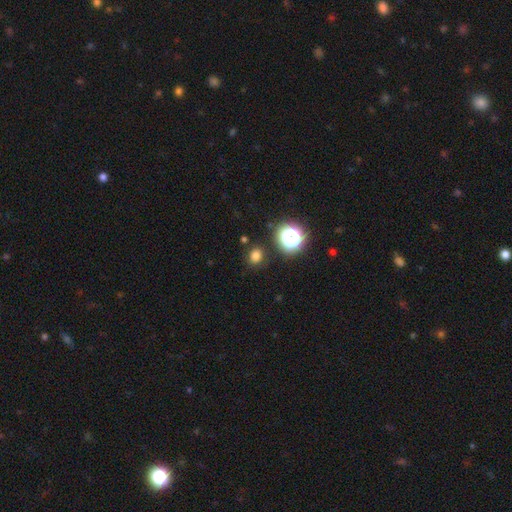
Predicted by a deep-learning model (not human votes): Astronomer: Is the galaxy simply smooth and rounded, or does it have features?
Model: smooth — 75%.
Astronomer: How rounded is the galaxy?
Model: round — 72%.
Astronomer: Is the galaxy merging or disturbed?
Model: none — 86%.